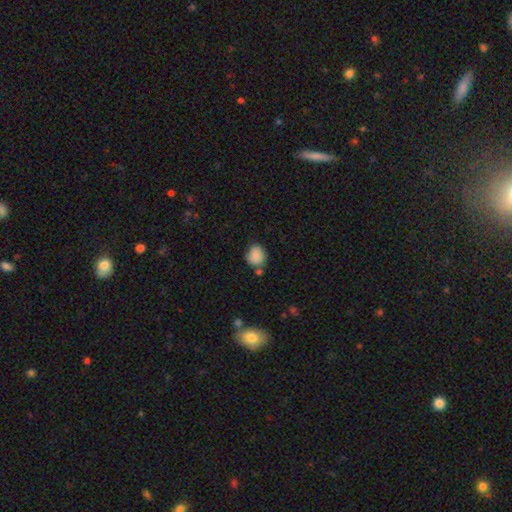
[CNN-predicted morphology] A smooth galaxy with no disk features (85%) that is round (63%).

Vote fractions:
- Smooth or featured? smooth: 85% / star or artifact: 9% / featured or disk: 6%
- How rounded? round: 63% / in between: 36% / cigar-shaped: 1%
- Merging? none: 63% / minor disturbance: 22% / merger: 10% / major disturbance: 5%